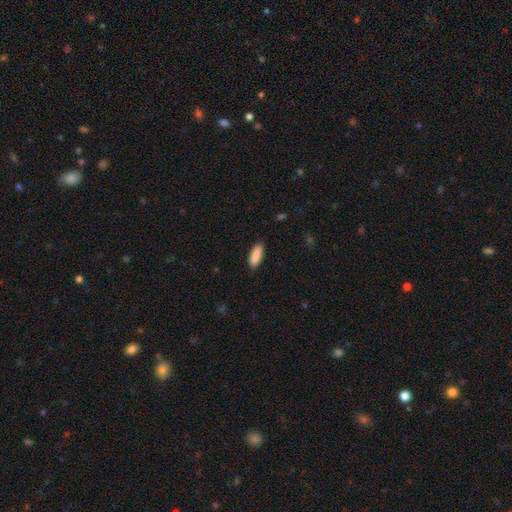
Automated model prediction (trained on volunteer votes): Smooth or featured?
  - smooth: 89% *
  - star or artifact: 6%
  - featured or disk: 5%
How rounded?
  - in between: 71% *
  - cigar-shaped: 27%
  - round: 2%
Merging?
  - none: 87% *
  - minor disturbance: 10%
  - major disturbance: 2%
  - merger: 1%